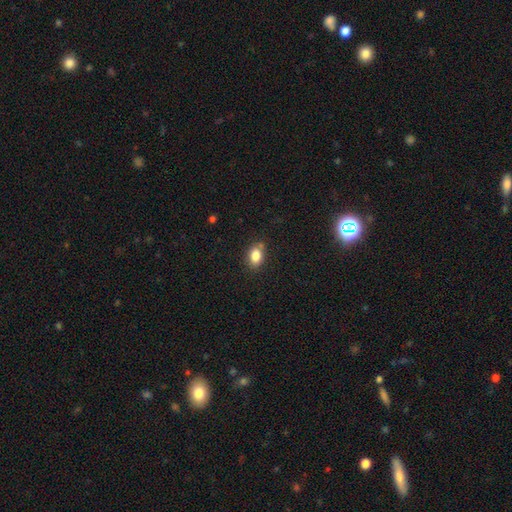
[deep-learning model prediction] Morphology: type=smooth (84%); roundness=in between (78%); merging=none (77%).